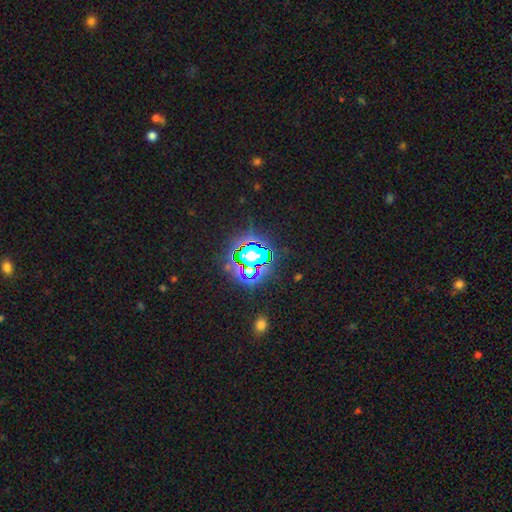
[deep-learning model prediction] smooth_or_featured: star or artifact (p=0.78) [alt: smooth p=0.14]